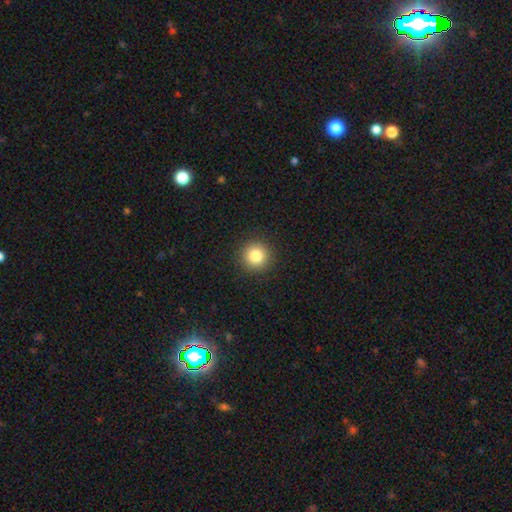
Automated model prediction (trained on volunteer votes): Smooth or featured?
  - smooth: 83% *
  - star or artifact: 11%
  - featured or disk: 6%
How rounded?
  - round: 95% *
  - in between: 4%
  - cigar-shaped: 1%
Merging?
  - none: 92% *
  - minor disturbance: 5%
  - major disturbance: 2%
  - merger: 1%